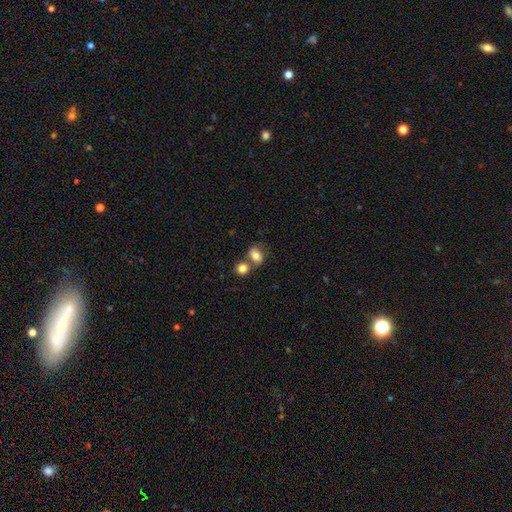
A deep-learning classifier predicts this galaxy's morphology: type=smooth (74%); roundness=in between (57%); merging=merger (41%).